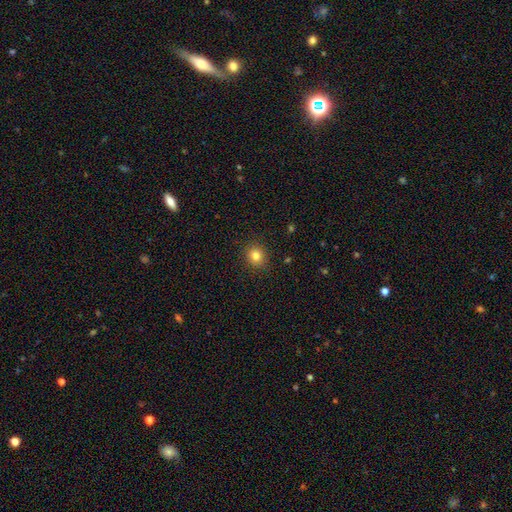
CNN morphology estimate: smooth_or_featured: smooth (p=0.82) [alt: star or artifact p=0.12]
how_rounded: round (p=0.80) [alt: in between p=0.19]
merging: none (p=0.90) [alt: minor disturbance p=0.07]